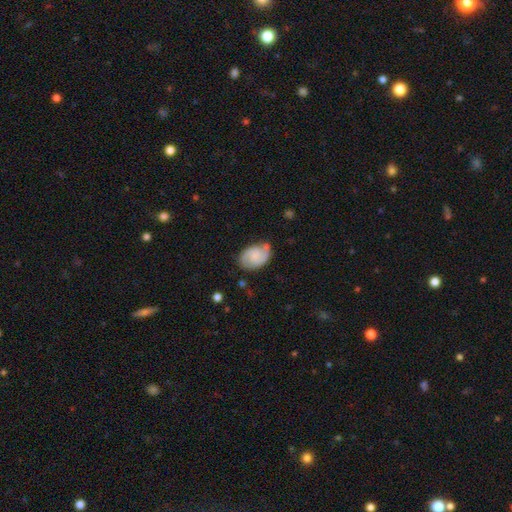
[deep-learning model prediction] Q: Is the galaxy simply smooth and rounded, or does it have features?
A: featured or disk — 64%.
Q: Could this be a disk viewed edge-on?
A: no — 98%.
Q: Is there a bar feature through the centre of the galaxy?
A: no — 57%.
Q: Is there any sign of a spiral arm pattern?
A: yes — 94%.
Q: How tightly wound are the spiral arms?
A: medium — 47%.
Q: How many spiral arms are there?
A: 2 — 87%.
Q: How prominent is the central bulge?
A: small — 43%.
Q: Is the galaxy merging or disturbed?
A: none — 68%.